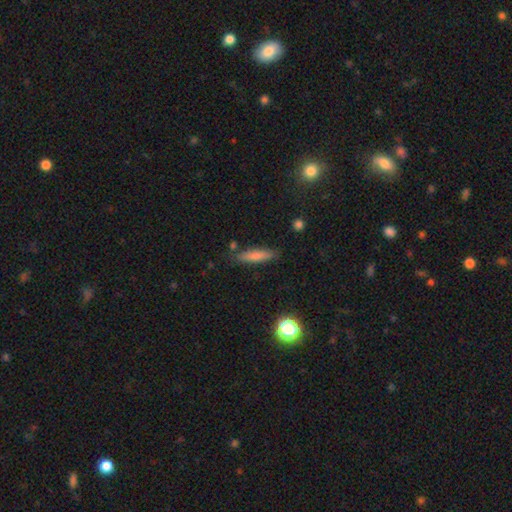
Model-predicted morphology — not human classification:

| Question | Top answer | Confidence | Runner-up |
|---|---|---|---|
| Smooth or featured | smooth | 74% | featured or disk (18%) |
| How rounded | cigar-shaped | 83% | in between (15%) |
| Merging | none | 83% | minor disturbance (11%) |